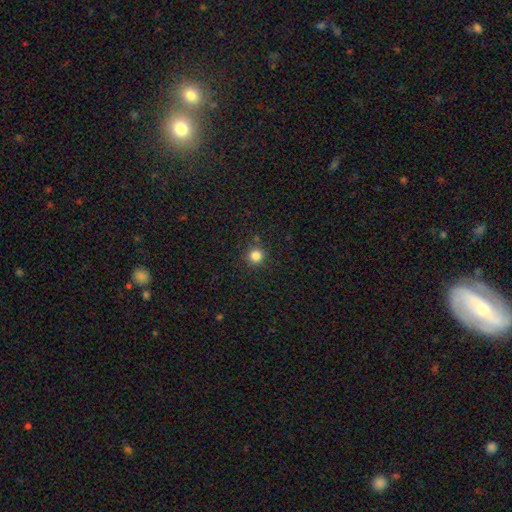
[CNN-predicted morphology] Smooth or featured?
  - smooth: 83% *
  - star or artifact: 13%
  - featured or disk: 4%
How rounded?
  - round: 95% *
  - in between: 4%
  - cigar-shaped: 1%
Merging?
  - none: 88% *
  - minor disturbance: 7%
  - merger: 3%
  - major disturbance: 2%